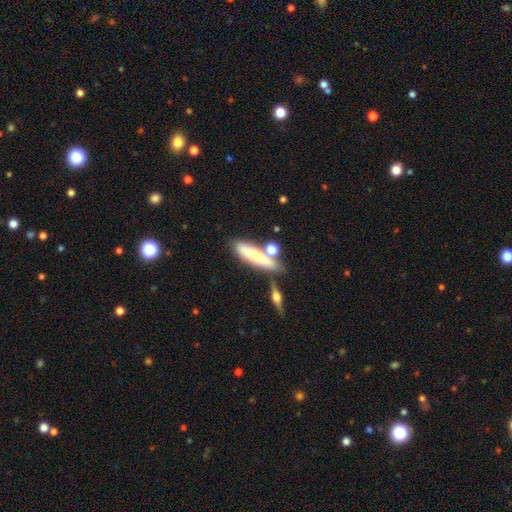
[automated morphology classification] Smooth or featured? smooth (67%)
How rounded? cigar-shaped (74%)
Merging? none (59%)